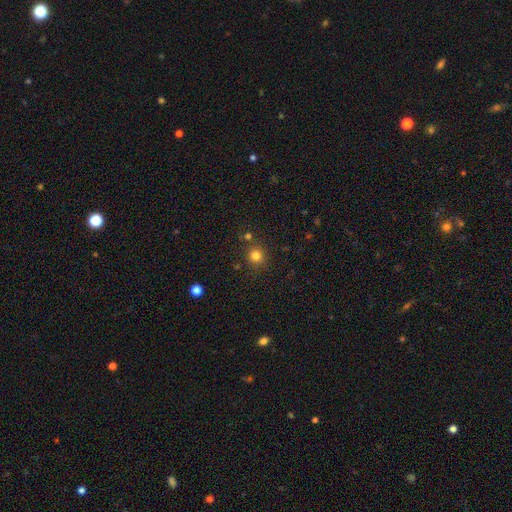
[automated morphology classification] Overall: smooth (80%). How rounded: round (91%). Merging: none (82%).